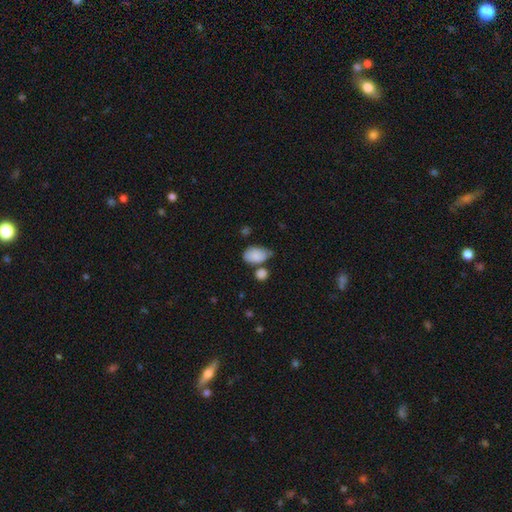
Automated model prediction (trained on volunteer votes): Overall: smooth (83%). How rounded: in between (87%). Merging: none (42%; minor disturbance 29%).